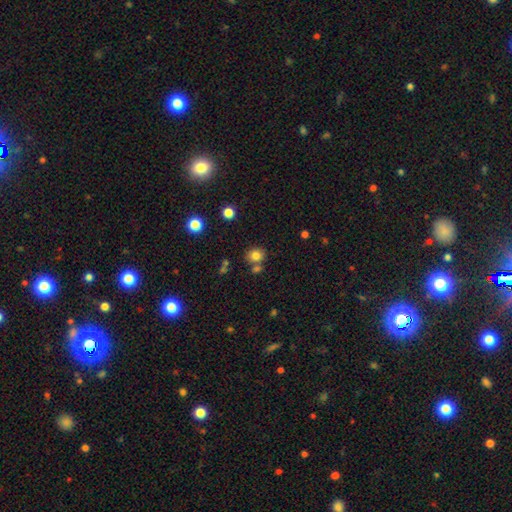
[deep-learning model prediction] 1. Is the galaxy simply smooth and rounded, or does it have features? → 80% smooth, 12% star or artifact, 8% featured or disk.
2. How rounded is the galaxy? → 71% round, 28% in between, 1% cigar-shaped.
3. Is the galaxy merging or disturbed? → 69% none, 17% merger, 11% minor disturbance, 3% major disturbance.